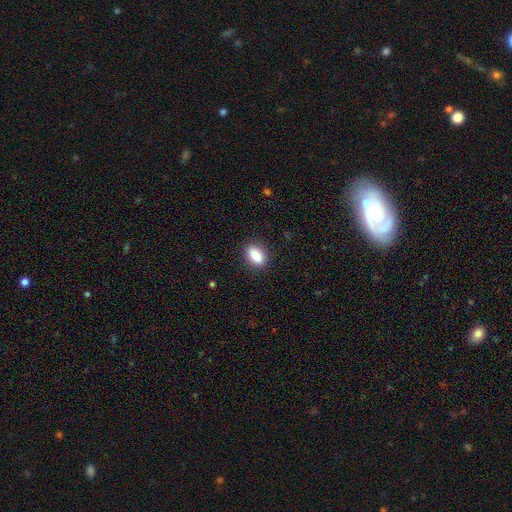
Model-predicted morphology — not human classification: type=smooth (87%); roundness=in between (84%); merging=none (87%).